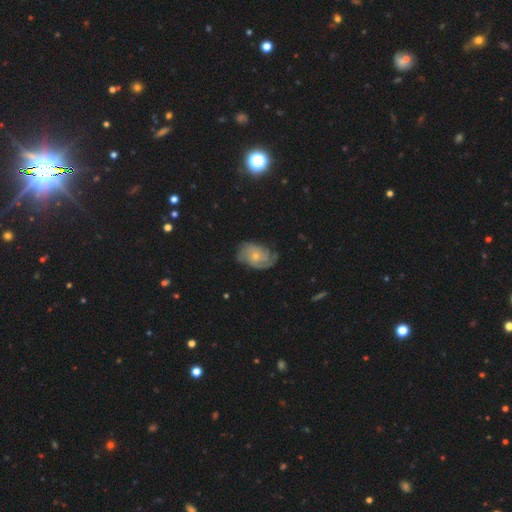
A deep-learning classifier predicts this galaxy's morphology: Overall: featured or disk (72%). Edge-on disk: no (97%). Bar: no (76%). Spiral arms: yes (91%). Spiral arm count: can't tell (33%; 2 26%). Spiral winding: tight (49%; medium 37%). Bulge size: small (59%; moderate 36%). Merging: none (65%; minor disturbance 25%).